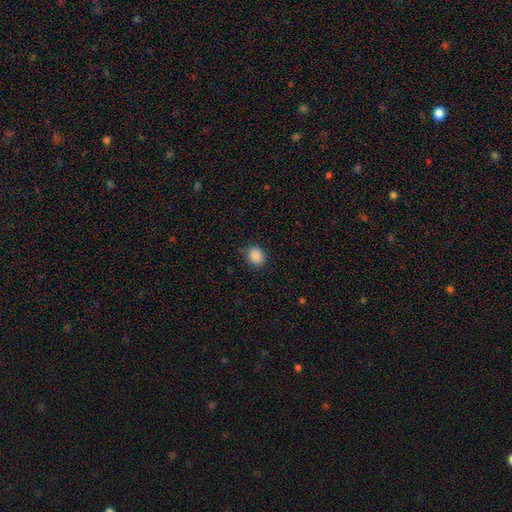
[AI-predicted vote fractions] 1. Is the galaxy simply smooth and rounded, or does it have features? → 88% smooth, 9% star or artifact, 3% featured or disk.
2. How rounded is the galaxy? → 69% round, 30% in between, 1% cigar-shaped.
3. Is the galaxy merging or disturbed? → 84% none, 12% minor disturbance, 3% major disturbance, 1% merger.